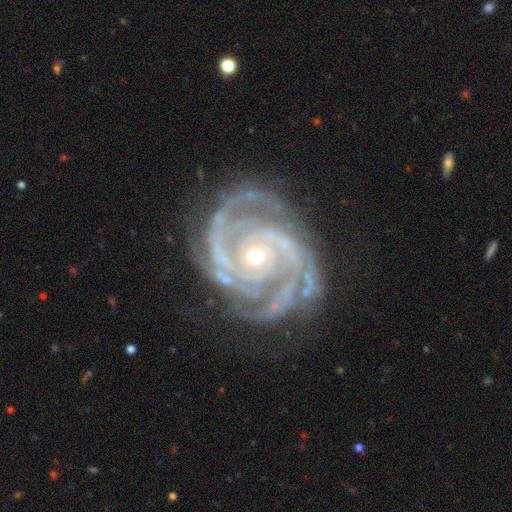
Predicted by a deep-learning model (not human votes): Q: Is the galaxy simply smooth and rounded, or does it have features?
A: featured or disk — 93%.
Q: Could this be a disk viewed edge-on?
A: no — 98%.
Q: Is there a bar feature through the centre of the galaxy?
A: no — 70%.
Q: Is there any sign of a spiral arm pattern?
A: yes — 99%.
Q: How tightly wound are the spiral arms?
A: tight — 71%.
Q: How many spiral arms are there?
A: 2 — 33%.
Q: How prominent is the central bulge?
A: small — 63%.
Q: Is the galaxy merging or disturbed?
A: none — 74%.